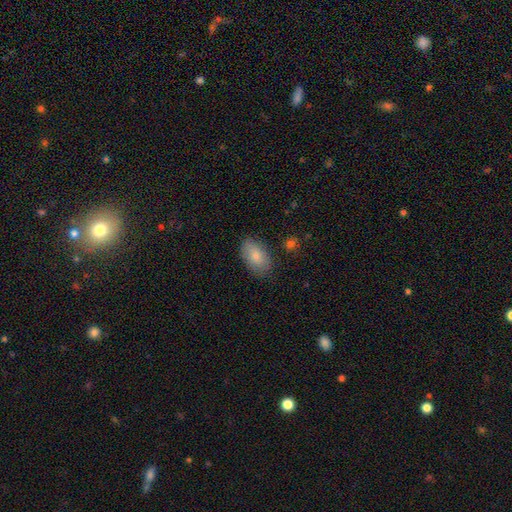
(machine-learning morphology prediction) Smooth or featured? smooth (82%)
How rounded? in between (94%)
Merging? none (80%)